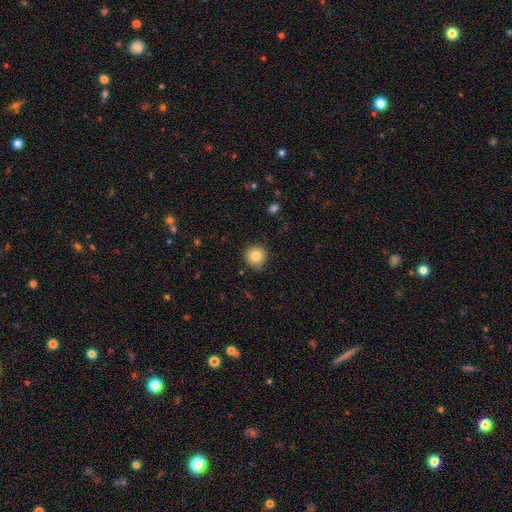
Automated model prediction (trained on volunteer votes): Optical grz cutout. It shows a smooth galaxy with no disk features (82%) that is round (95%). Merging: none (87%).